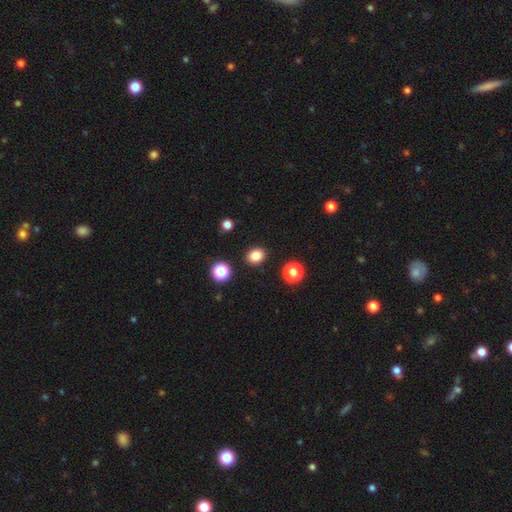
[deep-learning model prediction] This appears to be a smooth galaxy with no disk features (84%) that is round (55%). Merging: none (88%).